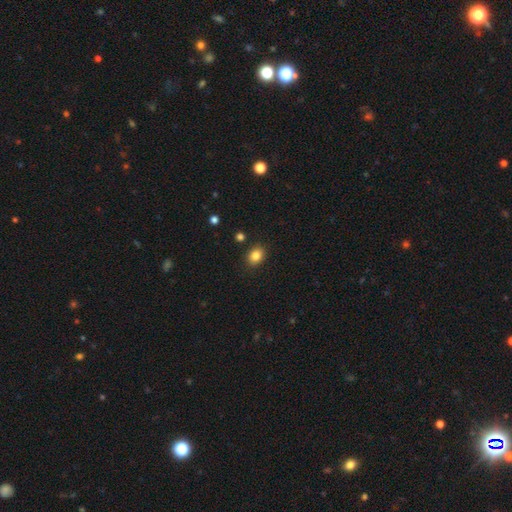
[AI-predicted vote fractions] Q: Smooth or featured?
A: smooth (84%); runner-up: star or artifact (10%)
Q: How rounded?
A: in between (54%); runner-up: round (45%)
Q: Merging?
A: none (87%); runner-up: minor disturbance (8%)